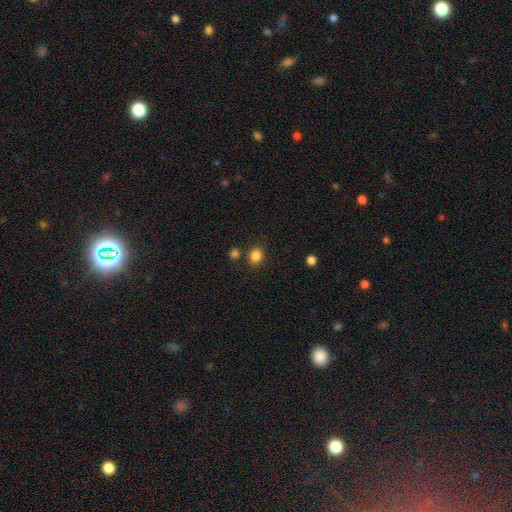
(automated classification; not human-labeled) Smooth or featured?
  - smooth: 84% *
  - star or artifact: 12%
  - featured or disk: 4%
How rounded?
  - round: 70% *
  - in between: 29%
  - cigar-shaped: 1%
Merging?
  - none: 81% *
  - minor disturbance: 10%
  - merger: 6%
  - major disturbance: 3%